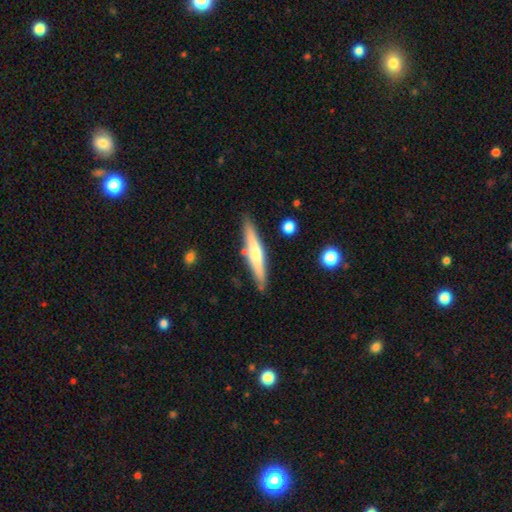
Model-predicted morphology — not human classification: Smooth or featured?
  - featured or disk: 49% *
  - smooth: 45%
  - star or artifact: 5%
Merging?
  - none: 83% *
  - minor disturbance: 11%
  - merger: 4%
  - major disturbance: 2%